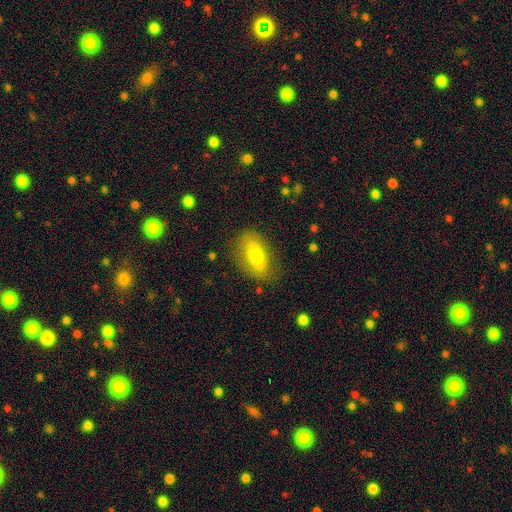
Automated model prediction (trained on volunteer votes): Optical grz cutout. It shows a smooth galaxy with no disk features (64%) that is in between round and cigar-shaped (85%). Merging: none (78%).